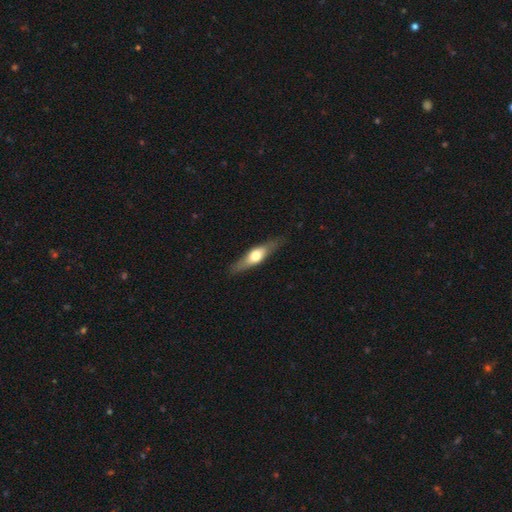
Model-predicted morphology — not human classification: featured or disk 51%, smooth 44%, star or artifact 5%. Down the decision tree: edge-on disk — yes (85%); merging — none (82%).